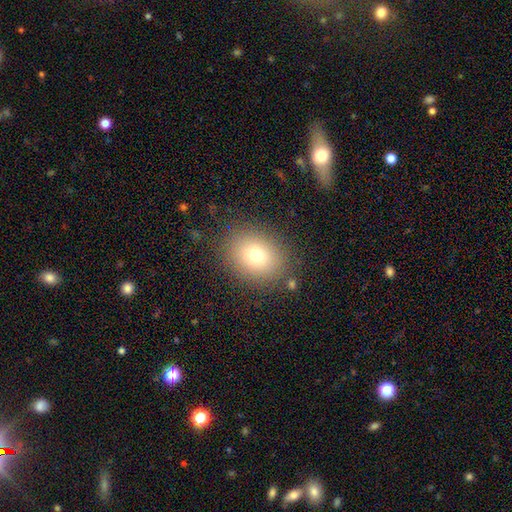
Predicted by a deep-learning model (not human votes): A smooth galaxy with no disk features (75%) that is round (55%).

Vote fractions:
- Smooth or featured? smooth: 75% / star or artifact: 13% / featured or disk: 12%
- How rounded? round: 55% / in between: 44% / cigar-shaped: 1%
- Merging? none: 84% / minor disturbance: 10% / major disturbance: 4% / merger: 2%